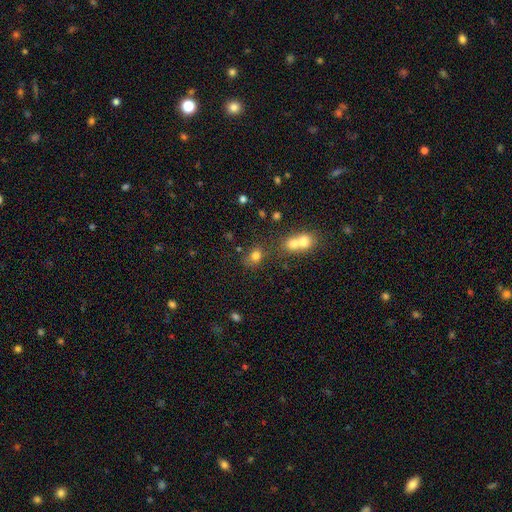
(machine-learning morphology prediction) Overall: smooth (75%). How rounded: round (53%; in between 45%). Merging: none (52%; merger 29%).